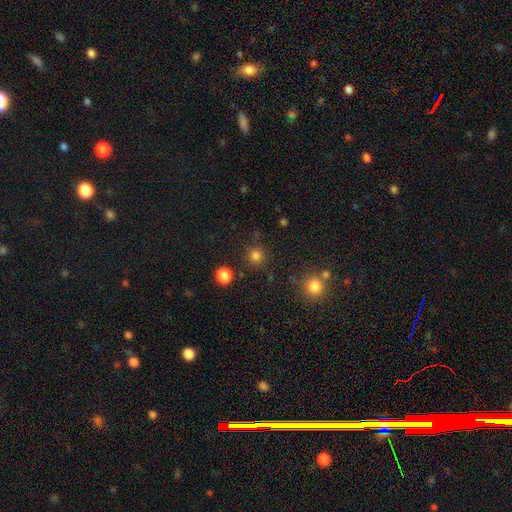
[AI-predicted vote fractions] Overall: smooth (80%). How rounded: round (93%). Merging: none (86%).